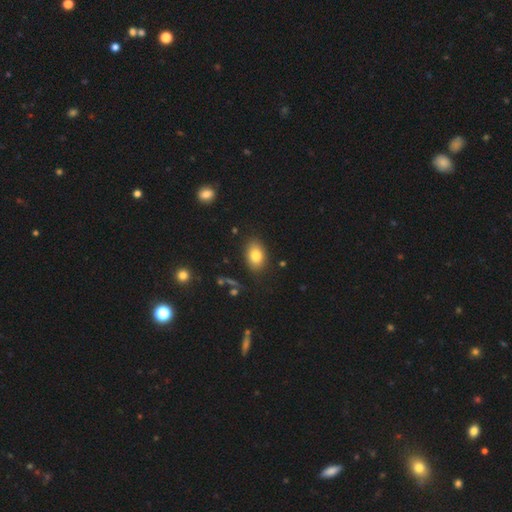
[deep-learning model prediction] Smooth or featured: smooth — 81% (featured or disk — 10%)
How rounded: in between — 86% (round — 12%)
Merging: none — 84% (minor disturbance — 11%)